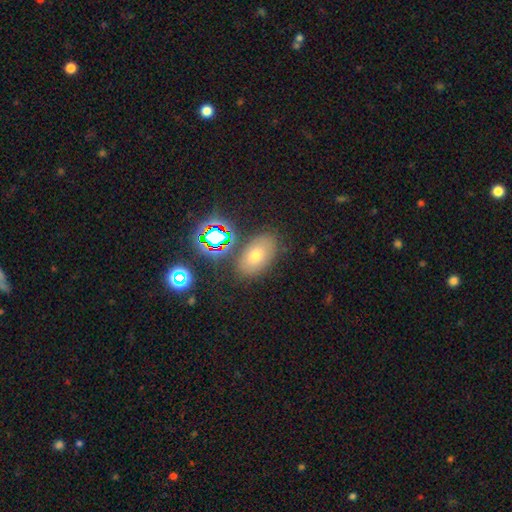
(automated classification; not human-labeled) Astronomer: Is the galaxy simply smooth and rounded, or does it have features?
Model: smooth — 58%.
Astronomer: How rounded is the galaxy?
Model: in between — 85%.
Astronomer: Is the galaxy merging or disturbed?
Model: none — 78%.